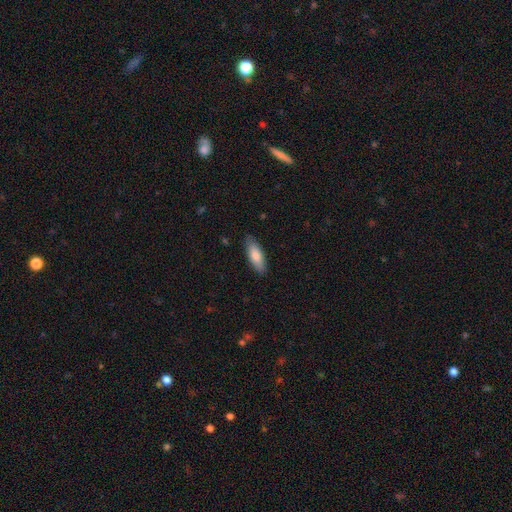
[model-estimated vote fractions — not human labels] smooth_or_featured: smooth (p=0.81) [alt: featured or disk p=0.14]
how_rounded: in between (p=0.67) [alt: cigar-shaped p=0.31]
merging: none (p=0.85) [alt: minor disturbance p=0.12]